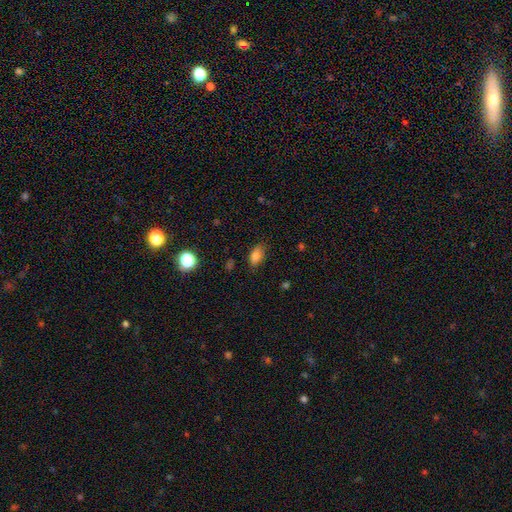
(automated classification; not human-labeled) This appears to be a smooth galaxy with no disk features (79%) that is in between round and cigar-shaped (85%). Merging: none (80%).